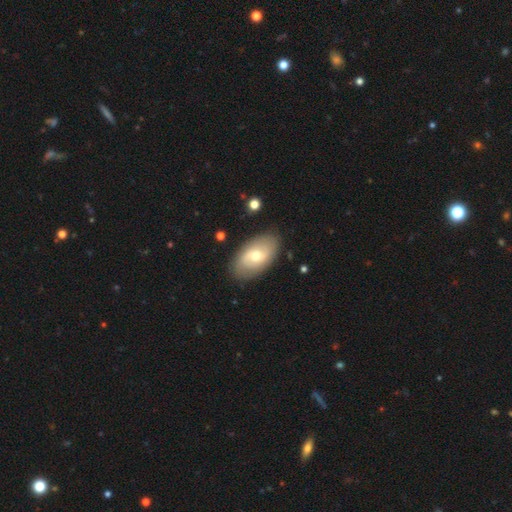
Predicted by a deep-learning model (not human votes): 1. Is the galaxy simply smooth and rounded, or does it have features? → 50% featured or disk, 44% smooth, 6% star or artifact.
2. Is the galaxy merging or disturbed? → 84% none, 11% minor disturbance, 3% major disturbance, 1% merger.